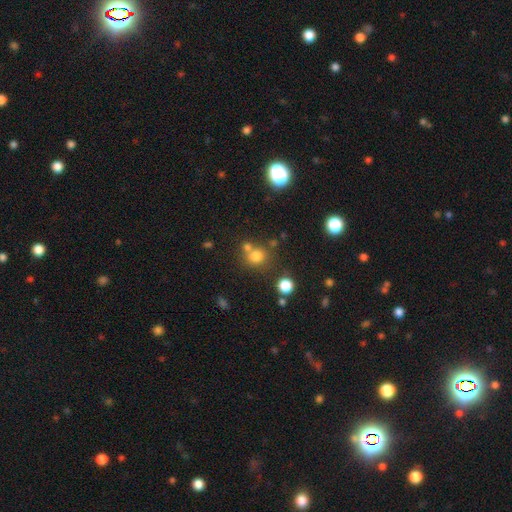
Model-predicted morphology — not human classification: Smooth or featured: smooth — 72% (star or artifact — 19%)
How rounded: round — 84% (in between — 15%)
Merging: none — 61% (merger — 25%)